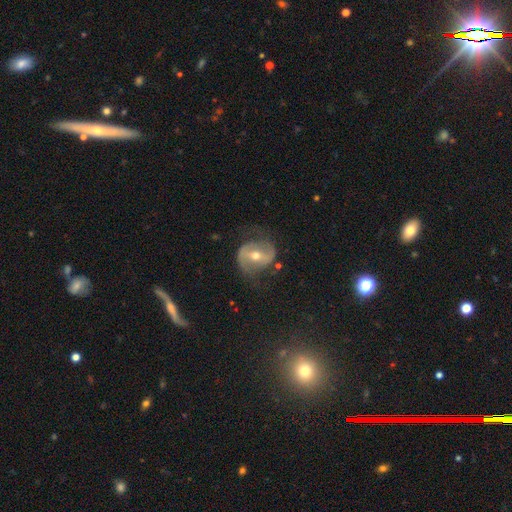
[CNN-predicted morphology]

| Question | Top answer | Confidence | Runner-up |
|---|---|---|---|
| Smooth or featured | featured or disk | 83% | smooth (11%) |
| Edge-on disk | no | 96% | yes (4%) |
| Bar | strong | 41% | weak (37%) |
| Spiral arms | yes | 91% | no (9%) |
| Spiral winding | medium | 45% | loose (38%) |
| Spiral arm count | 2 | 90% | can't tell (5%) |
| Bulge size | moderate | 62% | small (34%) |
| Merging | none | 71% | minor disturbance (16%) |